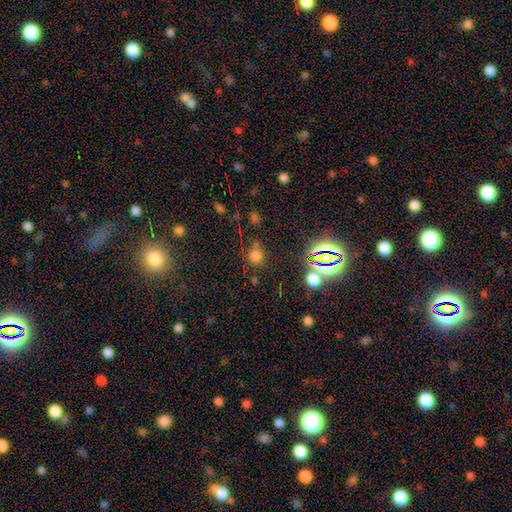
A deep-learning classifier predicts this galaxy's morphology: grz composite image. It shows a smooth galaxy with no disk features (64%) that is round (83%). Merging: none (66%).